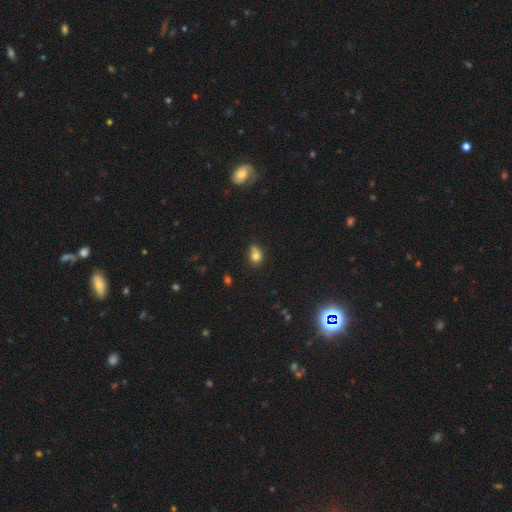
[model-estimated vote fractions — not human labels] smooth_or_featured: smooth (p=0.77) [alt: star or artifact p=0.13]
how_rounded: round (p=0.57) [alt: in between p=0.42]
merging: none (p=0.48) [alt: minor disturbance p=0.28]